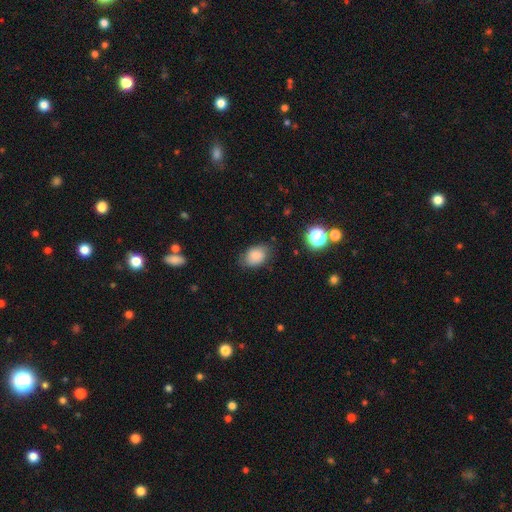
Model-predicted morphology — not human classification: Q: Smooth or featured?
A: smooth (80%); runner-up: featured or disk (11%)
Q: How rounded?
A: in between (76%); runner-up: round (22%)
Q: Merging?
A: none (71%); runner-up: minor disturbance (22%)